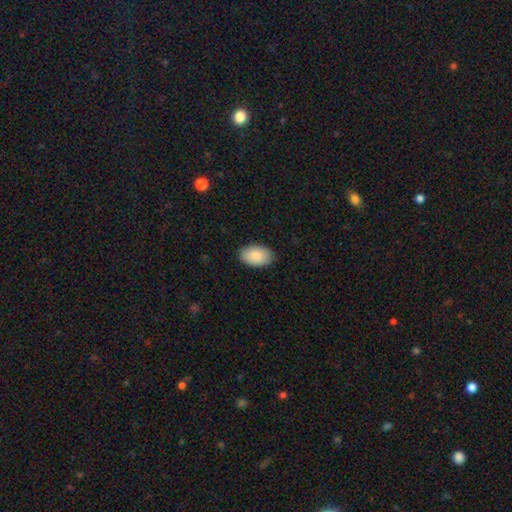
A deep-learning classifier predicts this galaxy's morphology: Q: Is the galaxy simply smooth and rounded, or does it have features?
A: smooth — 89%.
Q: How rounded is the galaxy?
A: in between — 92%.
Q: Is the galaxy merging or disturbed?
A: none — 88%.